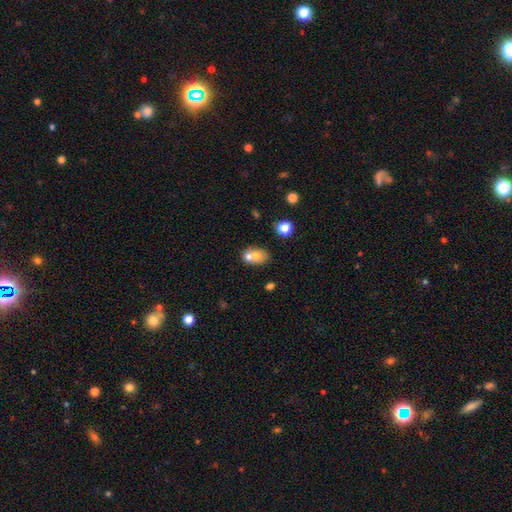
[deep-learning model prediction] Smooth or featured: smooth — 69% (featured or disk — 21%)
How rounded: in between — 64% (round — 34%)
Merging: merger — 51% (none — 36%)